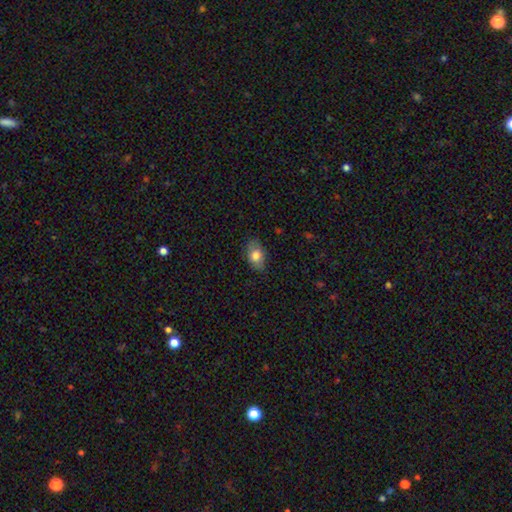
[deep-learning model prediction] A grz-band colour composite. It shows a smooth galaxy with no disk features (79%) that is in between round and cigar-shaped (86%). Merging: none (80%).